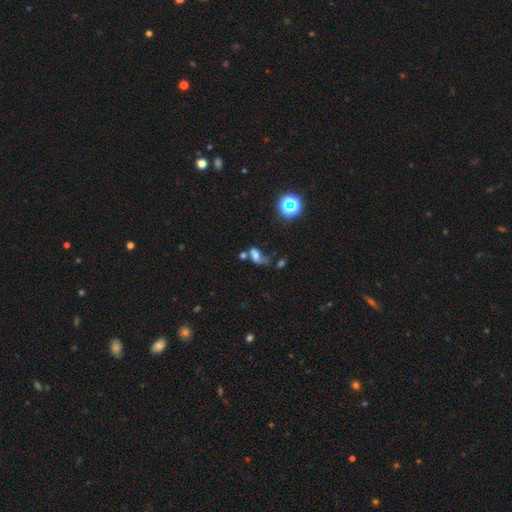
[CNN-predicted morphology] Smooth or featured?
  - smooth: 52% *
  - featured or disk: 26%
  - star or artifact: 22%
How rounded?
  - in between: 80% *
  - round: 15%
  - cigar-shaped: 6%
Merging?
  - merger: 32% *
  - major disturbance: 31%
  - none: 20%
  - minor disturbance: 16%